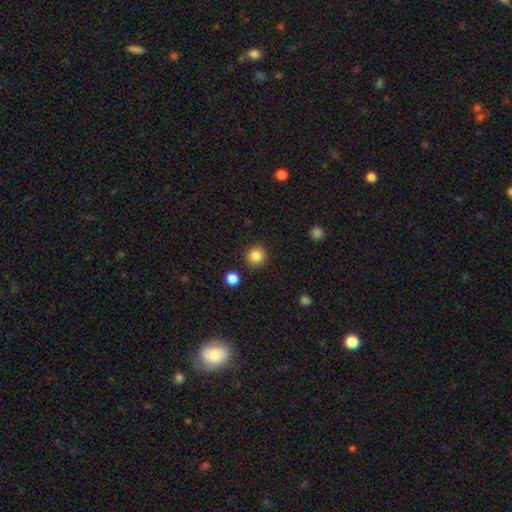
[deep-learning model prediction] A smooth galaxy with no disk features (86%) that is round (92%). Merging: none (89%).